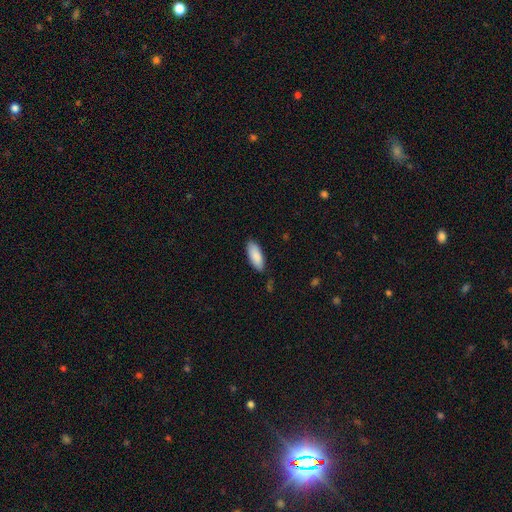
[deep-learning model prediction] Overall: smooth (88%). How rounded: in between (76%). Merging: none (82%).